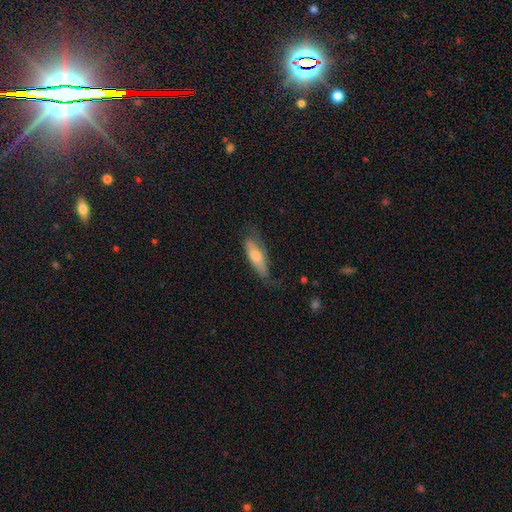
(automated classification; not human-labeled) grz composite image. It shows a smooth galaxy with no disk features (64%) that is cigar-shaped (50%). Merging: none (56%).